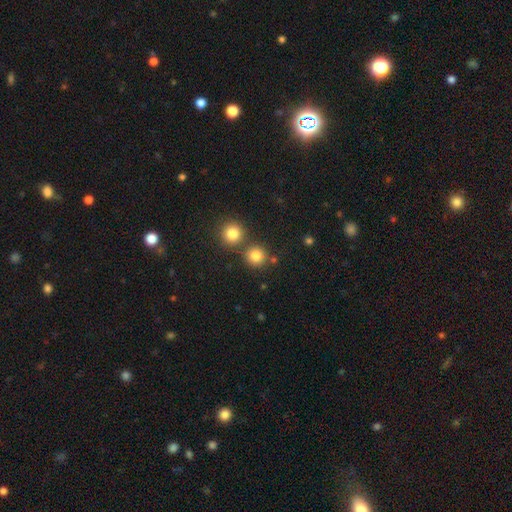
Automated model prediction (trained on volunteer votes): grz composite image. It shows a smooth galaxy with no disk features (81%) that is round (92%). Merging: none (75%).